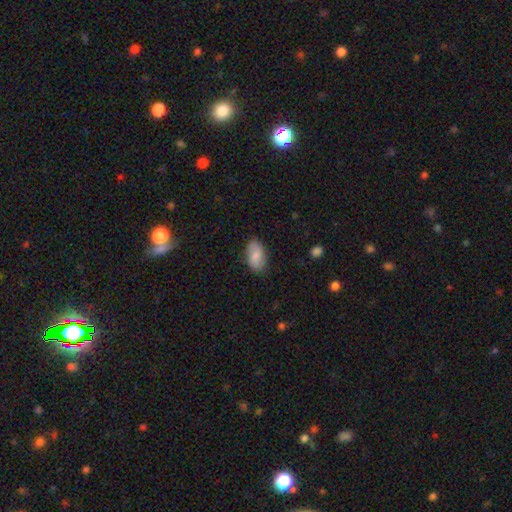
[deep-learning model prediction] This is likely a smooth galaxy (76%). How rounded: clearly in between (93%). Merging: clearly none (83%).